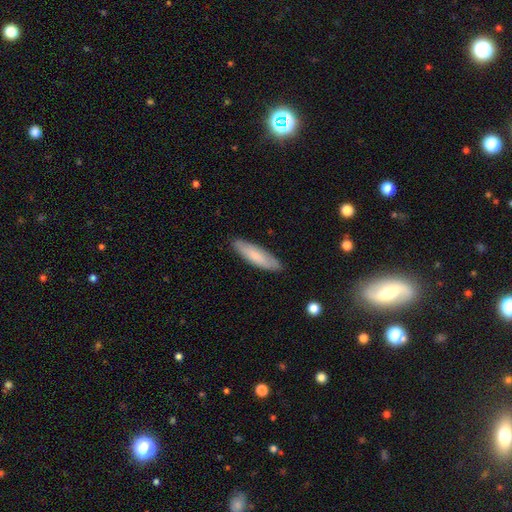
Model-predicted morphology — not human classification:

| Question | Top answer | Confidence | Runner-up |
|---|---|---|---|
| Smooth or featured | smooth | 74% | featured or disk (20%) |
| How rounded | cigar-shaped | 67% | in between (31%) |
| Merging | none | 87% | minor disturbance (10%) |